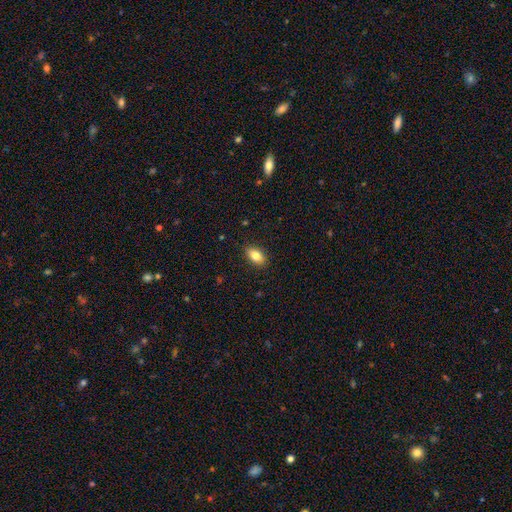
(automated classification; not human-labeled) Smooth or featured: smooth — 84% (featured or disk — 8%)
How rounded: in between — 90% (round — 7%)
Merging: none — 88% (minor disturbance — 9%)